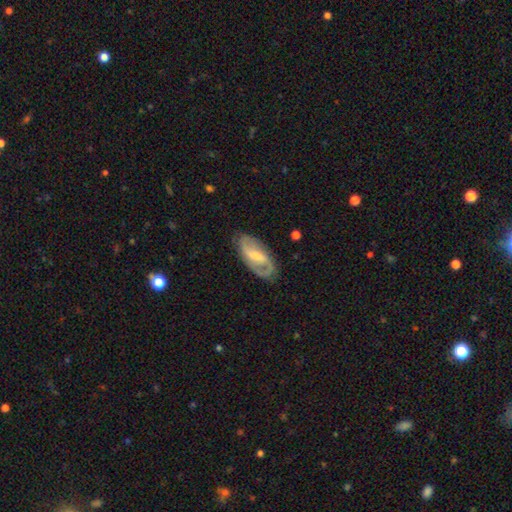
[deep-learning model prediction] Morphology: type=featured or disk (75%); edge-on=no (94%); bar=weak (48%); spiral arms=yes (89%); winding=medium (48%); arm count=2 (80%); bulge=moderate (46%); merging=none (77%).